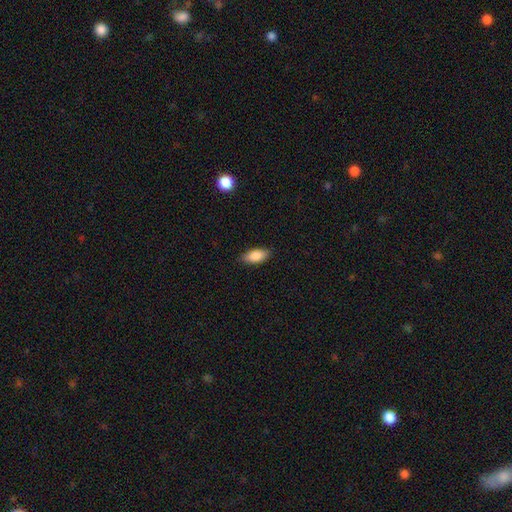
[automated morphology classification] Smooth or featured? Predicted: smooth (p=0.87). How rounded? Predicted: in between (p=0.88). Merging? Predicted: none (p=0.85).